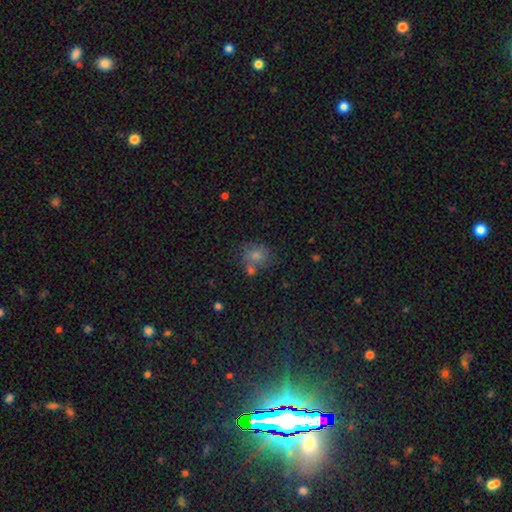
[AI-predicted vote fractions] This is likely a smooth galaxy (71%). How rounded: likely round (65%). Merging: possibly none (51%).